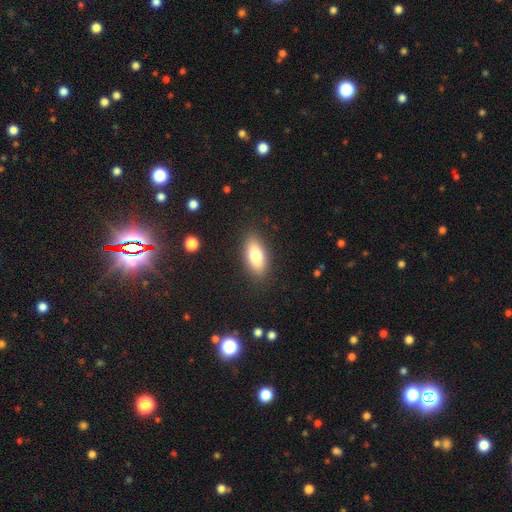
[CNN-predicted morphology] smooth_or_featured: smooth (p=0.76) [alt: featured or disk p=0.16]
how_rounded: in between (p=0.85) [alt: cigar-shaped p=0.10]
merging: none (p=0.87) [alt: minor disturbance p=0.09]